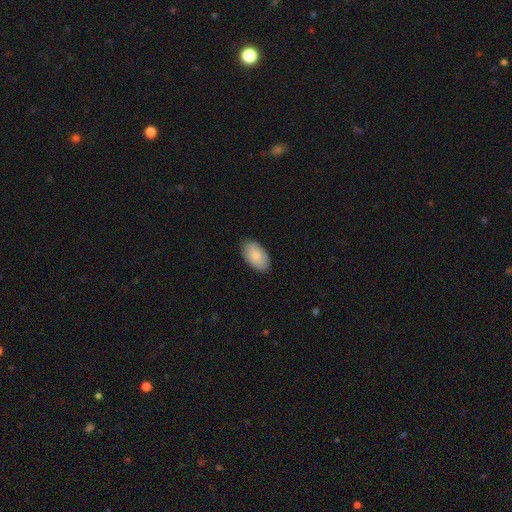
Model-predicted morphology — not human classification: This appears to be a smooth galaxy with no disk features (84%) that is in between round and cigar-shaped (95%). Merging: none (86%).